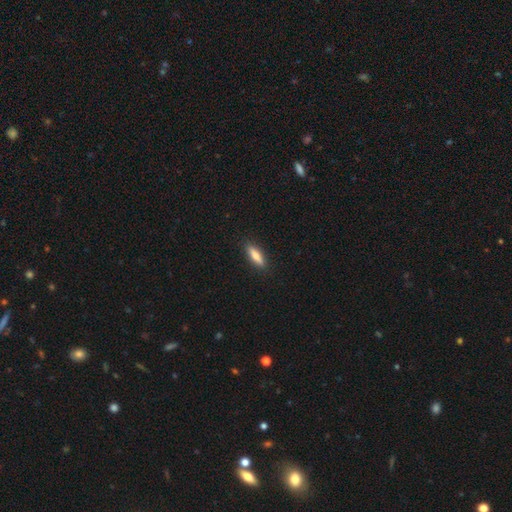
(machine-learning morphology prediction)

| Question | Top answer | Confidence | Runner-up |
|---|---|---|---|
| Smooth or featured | smooth | 73% | featured or disk (21%) |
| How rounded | cigar-shaped | 65% | in between (33%) |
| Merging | none | 90% | minor disturbance (7%) |